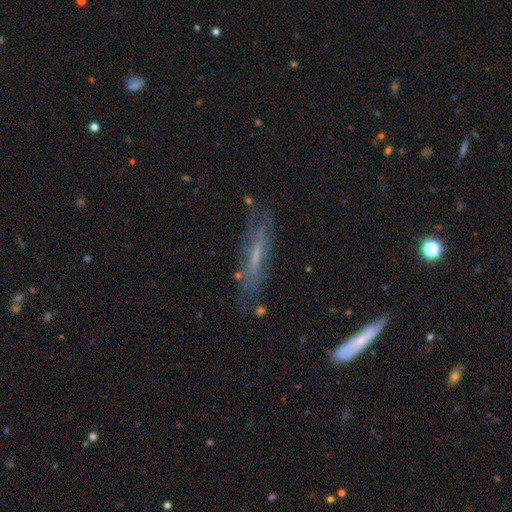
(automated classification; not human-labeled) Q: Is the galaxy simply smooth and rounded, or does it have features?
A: featured or disk — 58%.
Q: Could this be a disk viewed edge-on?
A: yes — 55%.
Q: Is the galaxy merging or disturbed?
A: none — 73%.